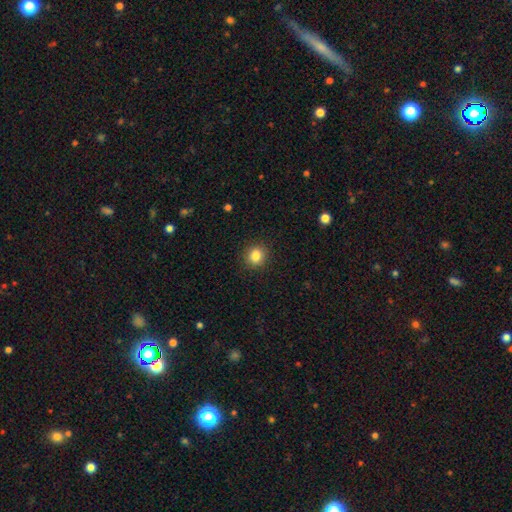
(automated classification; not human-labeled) The model was most divided on "how rounded": round: 79%, in between: 20%, cigar-shaped: 1%. More confident: merging — none (89%); smooth or featured — smooth (85%).